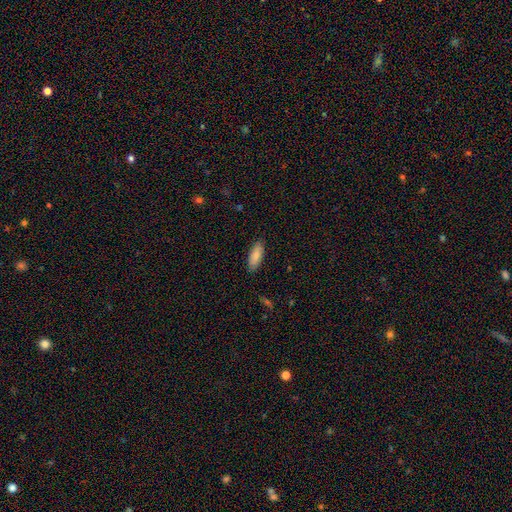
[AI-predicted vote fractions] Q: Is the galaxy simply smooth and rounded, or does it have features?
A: smooth — 84%.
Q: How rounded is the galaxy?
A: in between — 76%.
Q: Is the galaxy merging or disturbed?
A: none — 86%.